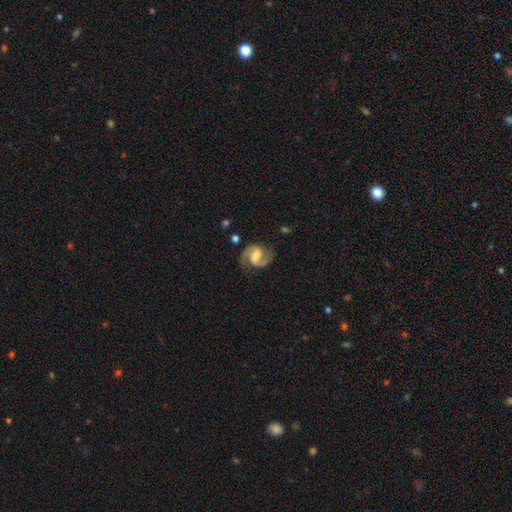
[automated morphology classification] Overall: featured or disk (89%). Edge-on disk: no (98%). Bar: weak (52%; strong 27%). Spiral arms: yes (98%). Spiral arm count: 2 (93%). Spiral winding: medium (60%; loose 22%). Bulge size: moderate (48%; small 30%). Merging: none (78%).